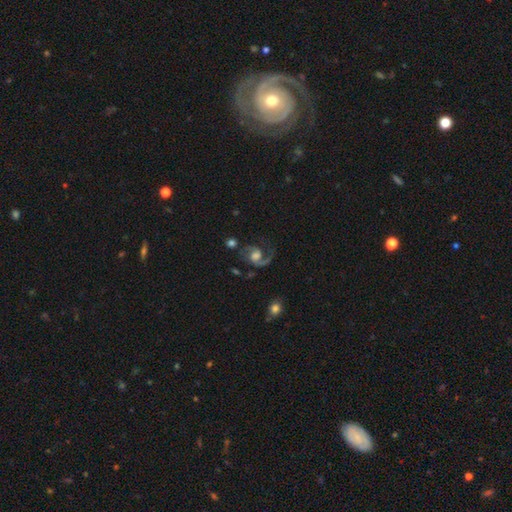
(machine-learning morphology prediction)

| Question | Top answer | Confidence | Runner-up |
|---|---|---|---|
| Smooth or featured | featured or disk | 83% | smooth (11%) |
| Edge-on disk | no | 98% | yes (2%) |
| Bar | no | 57% | weak (35%) |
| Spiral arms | yes | 96% | no (4%) |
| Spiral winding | medium | 51% | loose (35%) |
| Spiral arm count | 2 | 71% | 1 (24%) |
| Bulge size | moderate | 40% | large (34%) |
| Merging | none | 59% | major disturbance (20%) |